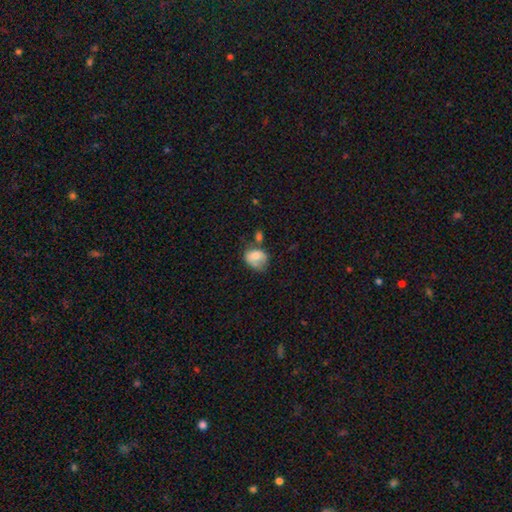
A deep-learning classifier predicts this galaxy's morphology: smooth_or_featured: smooth (p=0.70) [alt: featured or disk p=0.21]
how_rounded: in between (p=0.56) [alt: round p=0.44]
merging: none (p=0.36) [alt: minor disturbance p=0.31]